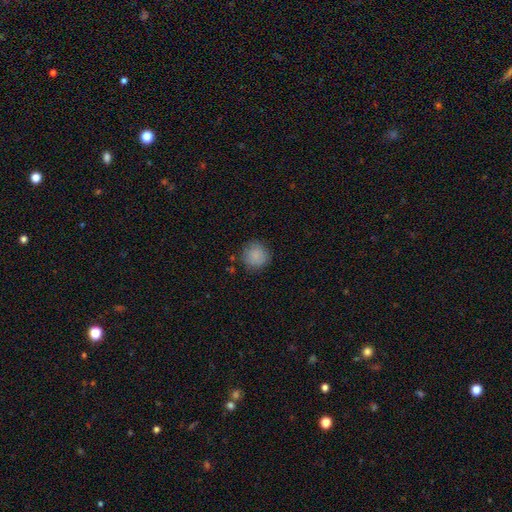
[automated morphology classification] This appears to be a smooth galaxy with no disk features (86%) that is round (92%). Merging: none (83%).